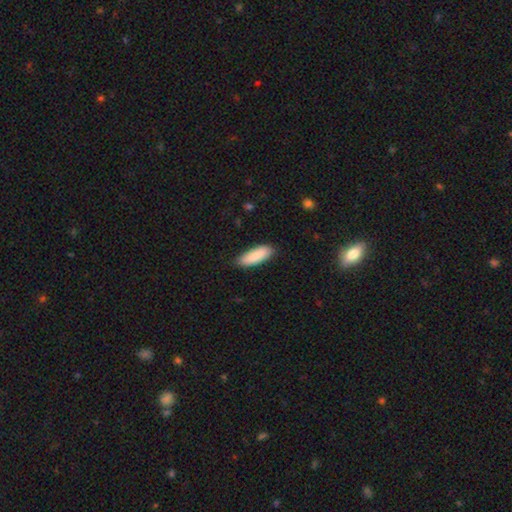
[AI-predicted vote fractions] smooth_or_featured: smooth (p=0.89) [alt: featured or disk p=0.06]
how_rounded: in between (p=0.65) [alt: cigar-shaped p=0.33]
merging: none (p=0.85) [alt: minor disturbance p=0.12]